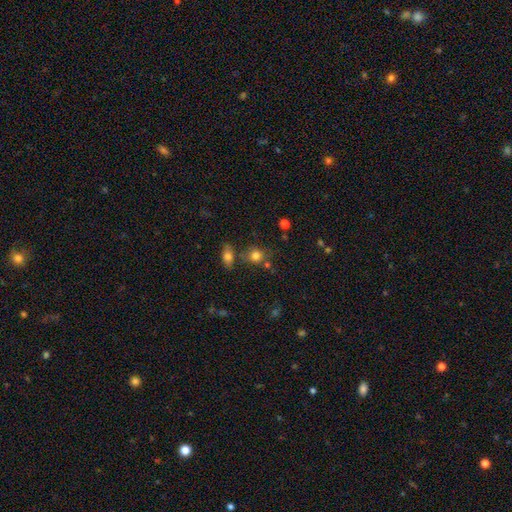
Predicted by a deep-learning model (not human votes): Q: Smooth or featured?
A: smooth (79%); runner-up: star or artifact (13%)
Q: How rounded?
A: round (76%); runner-up: in between (22%)
Q: Merging?
A: none (65%); runner-up: merger (17%)